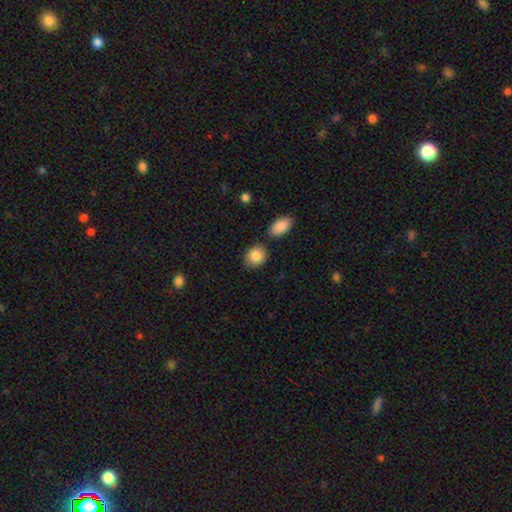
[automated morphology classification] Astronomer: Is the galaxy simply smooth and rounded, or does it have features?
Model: smooth — 88%.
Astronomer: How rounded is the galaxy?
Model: round — 54% (runner-up: in between, 44%).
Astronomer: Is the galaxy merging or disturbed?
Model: none — 77%.